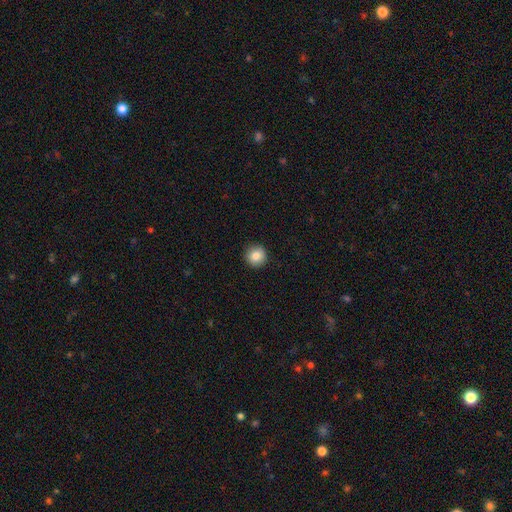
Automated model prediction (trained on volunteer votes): Overall: smooth (85%). How rounded: round (95%). Merging: none (92%).